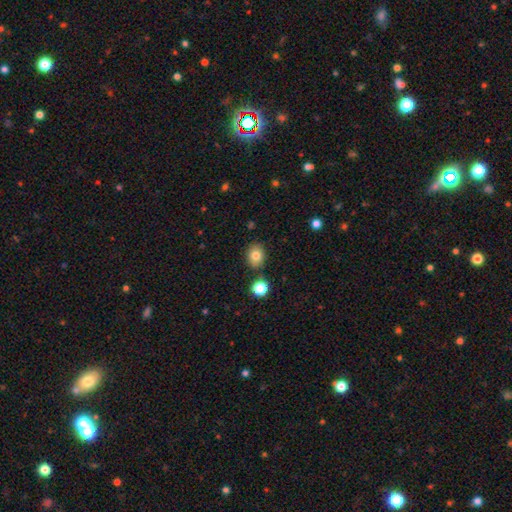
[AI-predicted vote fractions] smooth 81%, star or artifact 11%, featured or disk 9%. Down the decision tree: how rounded — round (55%); merging — none (80%).